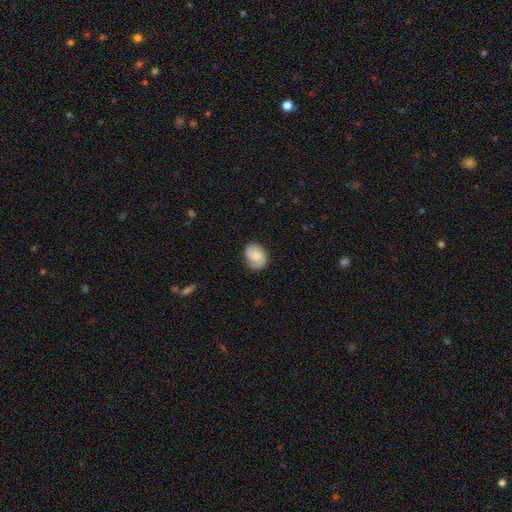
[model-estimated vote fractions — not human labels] This appears to be a smooth galaxy with no disk features (64%) that is round (51%). Merging: none (65%).